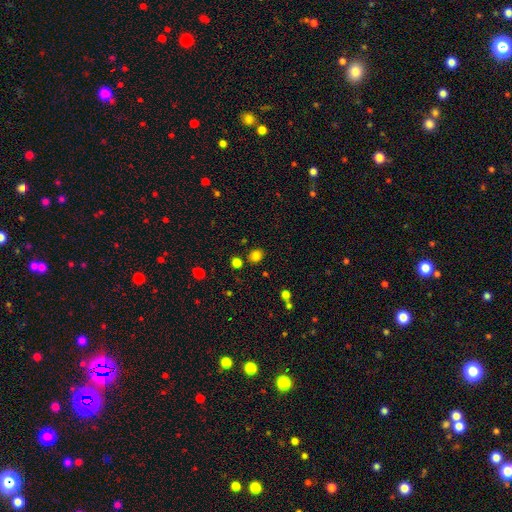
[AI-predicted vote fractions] A smooth galaxy with no disk features (81%) that is round (73%).

Vote fractions:
- Smooth or featured? smooth: 81% / star or artifact: 14% / featured or disk: 5%
- How rounded? round: 73% / in between: 26% / cigar-shaped: 1%
- Merging? none: 84% / minor disturbance: 8% / merger: 5% / major disturbance: 3%